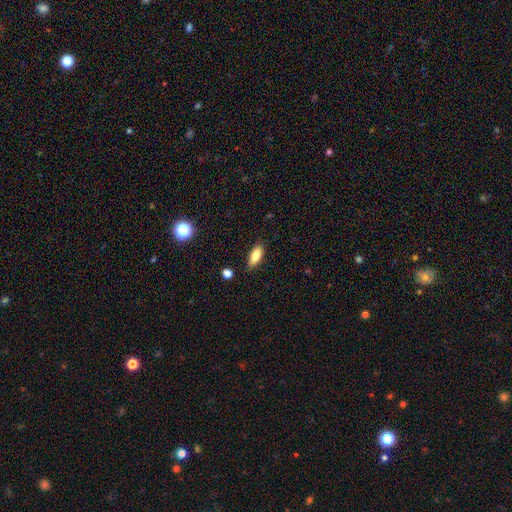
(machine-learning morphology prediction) Smooth or featured: smooth — 77% (featured or disk — 16%)
How rounded: in between — 74% (cigar-shaped — 23%)
Merging: none — 83% (minor disturbance — 13%)